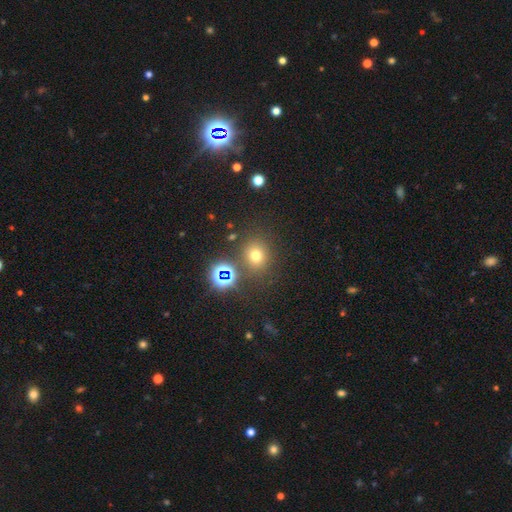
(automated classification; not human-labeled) smooth 65%, star or artifact 26%, featured or disk 9%. Down the decision tree: how rounded — round (78%); merging — none (80%).